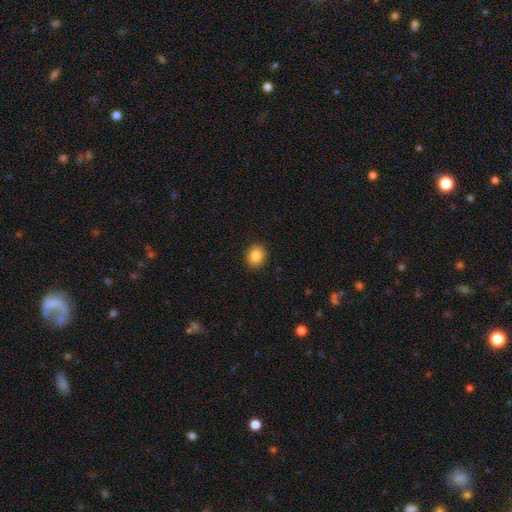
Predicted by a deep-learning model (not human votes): A smooth galaxy with no disk features (86%) that is round (77%). Merging: none (91%).